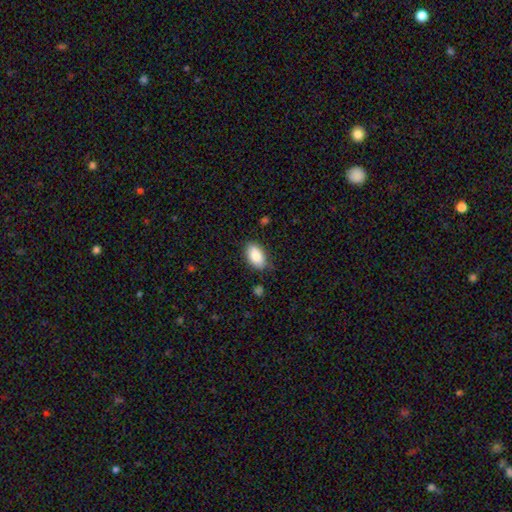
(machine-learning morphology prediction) Smooth or featured? Predicted: smooth (p=0.87). How rounded? Predicted: in between (p=0.93). Merging? Predicted: none (p=0.82).